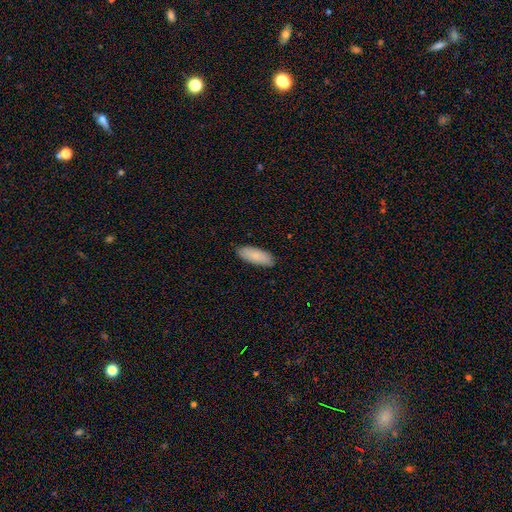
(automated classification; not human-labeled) A smooth galaxy with no disk features (85%) that is in between round and cigar-shaped (76%). Merging: none (88%).